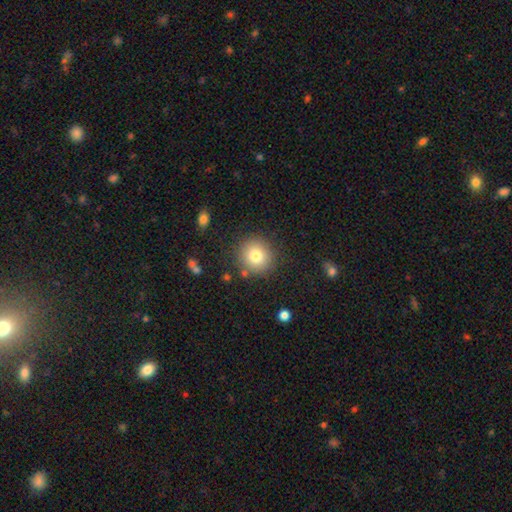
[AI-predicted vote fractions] Q: Smooth or featured?
A: smooth (79%); runner-up: star or artifact (11%)
Q: How rounded?
A: round (92%); runner-up: in between (7%)
Q: Merging?
A: none (86%); runner-up: minor disturbance (8%)